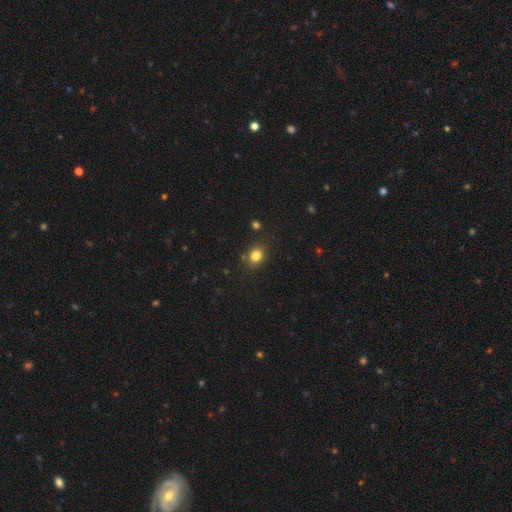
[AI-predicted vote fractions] This appears to be a smooth galaxy with no disk features (82%) that is round (64%). Merging: none (78%).